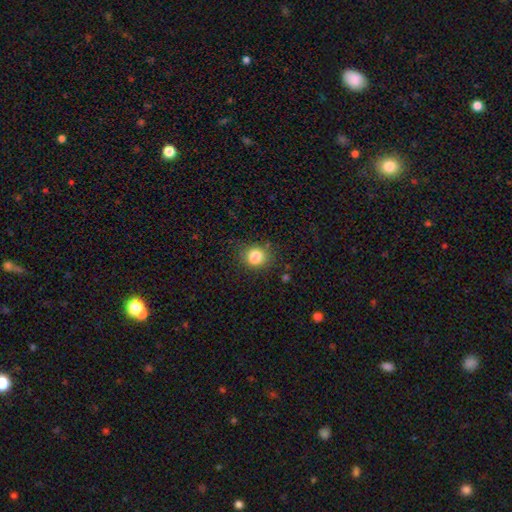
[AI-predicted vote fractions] Morphology: type=smooth (83%); roundness=round (69%); merging=none (76%).